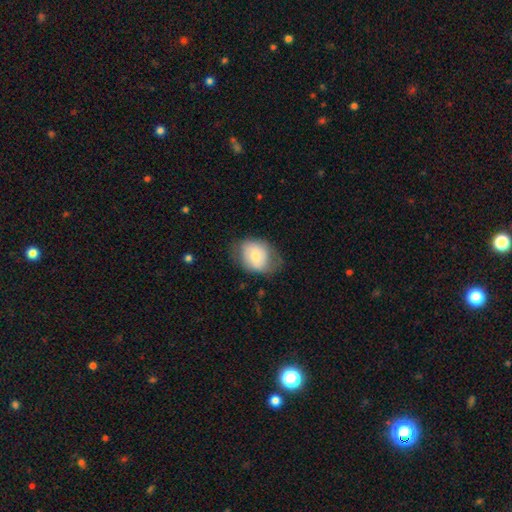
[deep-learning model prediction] Smooth or featured?
  - smooth: 70% *
  - featured or disk: 23%
  - star or artifact: 7%
How rounded?
  - in between: 61% *
  - round: 39%
  - cigar-shaped: 1%
Merging?
  - none: 57% *
  - minor disturbance: 29%
  - major disturbance: 14%
  - merger: 1%